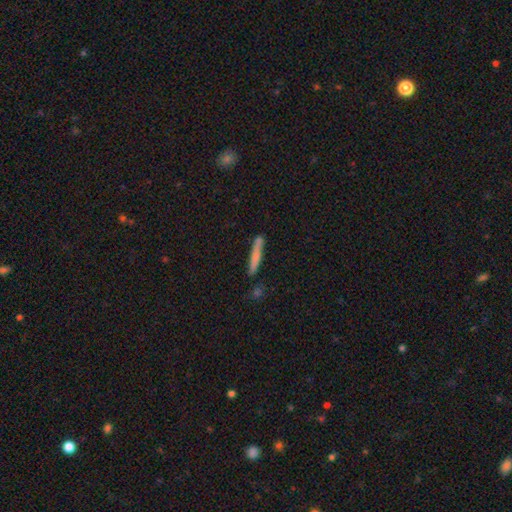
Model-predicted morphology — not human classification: This appears to be a smooth galaxy with no disk features (67%) that is cigar-shaped (94%). Merging: none (76%).